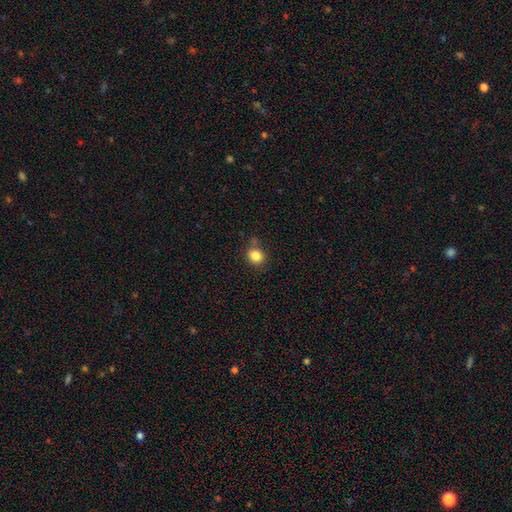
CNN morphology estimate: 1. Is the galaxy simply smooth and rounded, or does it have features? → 84% smooth, 11% star or artifact, 5% featured or disk.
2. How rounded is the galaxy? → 78% round, 21% in between, 1% cigar-shaped.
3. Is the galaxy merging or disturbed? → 74% none, 14% minor disturbance, 8% merger, 4% major disturbance.